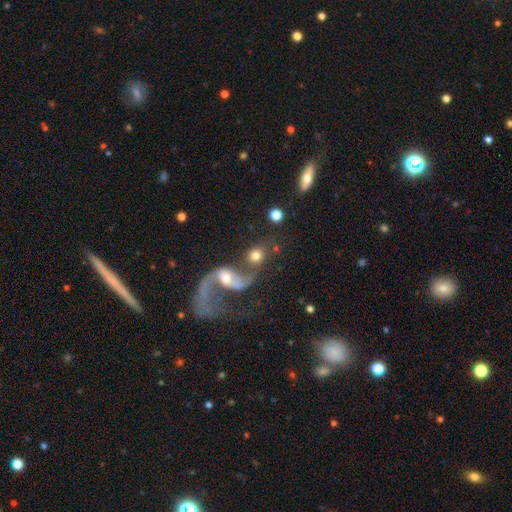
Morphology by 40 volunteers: A smooth galaxy with no disk features (75%) that is round (80%). Merging: merger (45%).